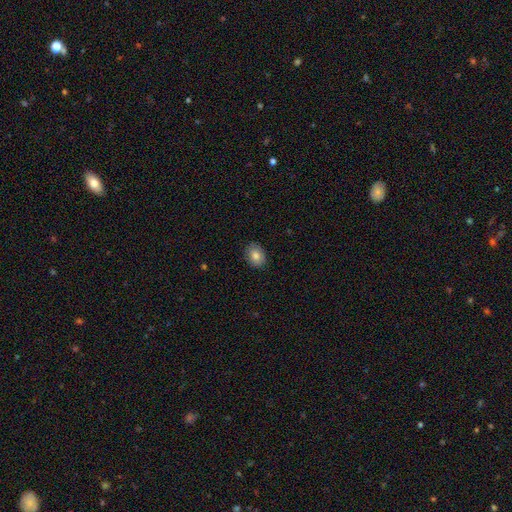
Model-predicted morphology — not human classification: Smooth or featured? smooth (83%)
How rounded? in between (65%)
Merging? none (87%)